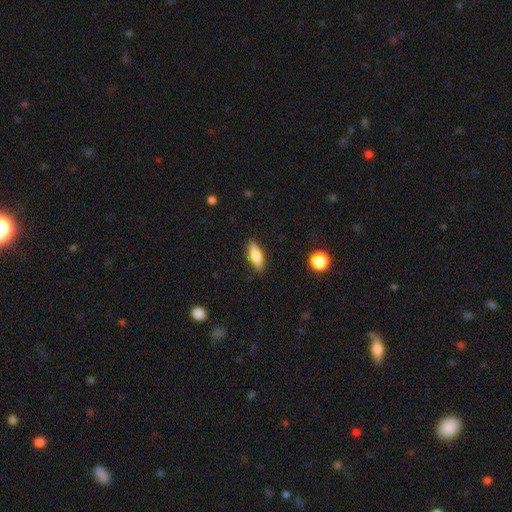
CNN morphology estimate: Smooth or featured?
  - smooth: 74% *
  - featured or disk: 19%
  - star or artifact: 7%
How rounded?
  - in between: 61% *
  - cigar-shaped: 35%
  - round: 3%
Merging?
  - none: 87% *
  - minor disturbance: 10%
  - major disturbance: 2%
  - merger: 1%